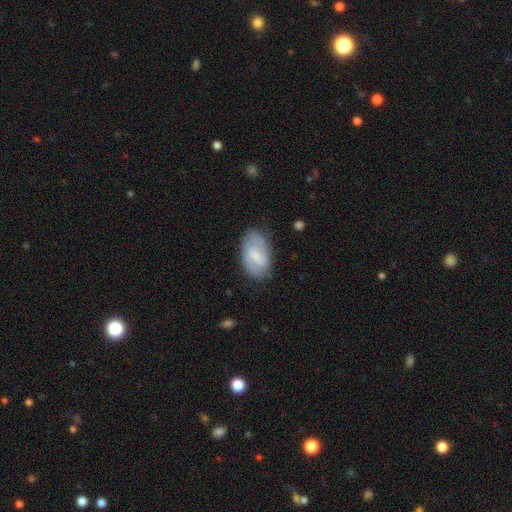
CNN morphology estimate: The model was most divided on "smooth or featured": featured or disk: 48%, smooth: 45%, star or artifact: 6%. More confident: merging — none (72%).